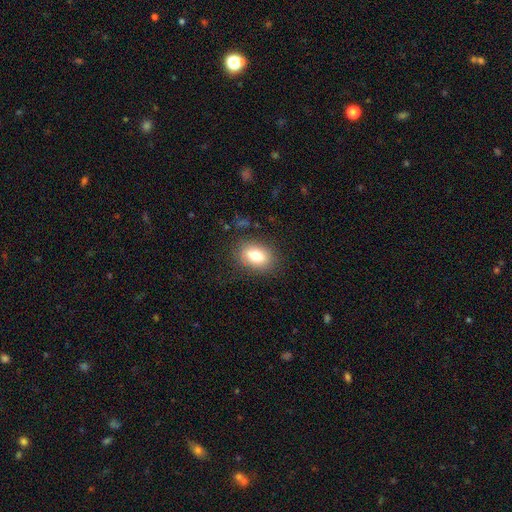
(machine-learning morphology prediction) The model was most divided on "smooth or featured": smooth: 79%, featured or disk: 12%, star or artifact: 8%. More confident: how rounded — in between (84%); merging — none (83%).